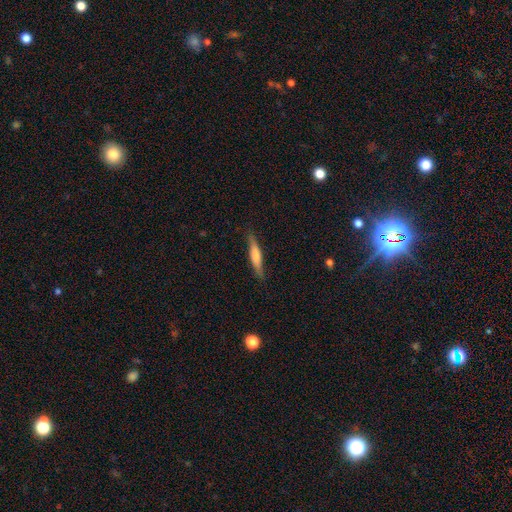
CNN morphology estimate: This is possibly a smooth galaxy (58%). How rounded: clearly cigar-shaped (87%). Merging: clearly none (85%).